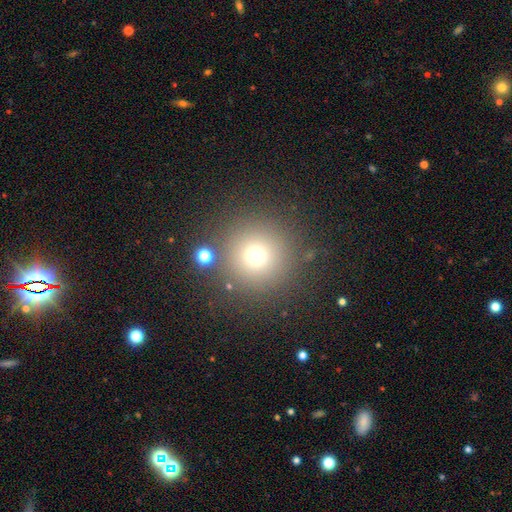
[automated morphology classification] smooth-or-featured: smooth: 70% | star or artifact: 20% | featured or disk: 10%
  how-rounded: round: 96% | in between: 3% | cigar-shaped: 1%
  merging: none: 84% | minor disturbance: 7% | merger: 5% | major disturbance: 4%